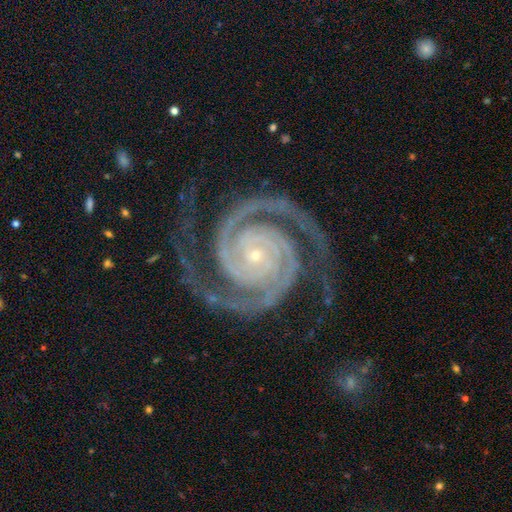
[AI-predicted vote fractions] Smooth or featured?
  - featured or disk: 95% *
  - star or artifact: 4%
  - smooth: 2%
Edge-on disk?
  - no: 98% *
  - yes: 2%
Bar?
  - no: 75% *
  - weak: 13%
  - strong: 12%
Spiral arms?
  - yes: 99% *
  - no: 1%
Spiral winding?
  - tight: 77% *
  - medium: 20%
  - loose: 2%
Spiral arm count?
  - 2: 90% *
  - 3: 4%
  - can't tell: 1%
  - 4: 1%
  - more than 4: 1%
  - 1: 1%
Bulge size?
  - small: 86% *
  - moderate: 11%
  - none: 1%
  - large: 1%
  - dominant: 1%
Merging?
  - none: 81% *
  - minor disturbance: 12%
  - major disturbance: 5%
  - merger: 1%